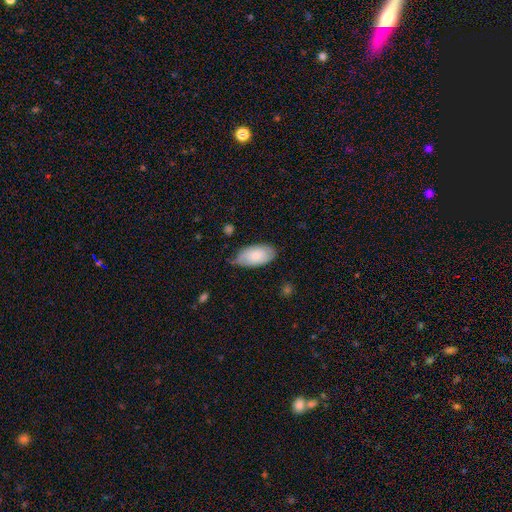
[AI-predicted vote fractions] Q: Smooth or featured?
A: smooth (78%); runner-up: featured or disk (16%)
Q: How rounded?
A: in between (95%); runner-up: round (3%)
Q: Merging?
A: none (59%); runner-up: minor disturbance (33%)